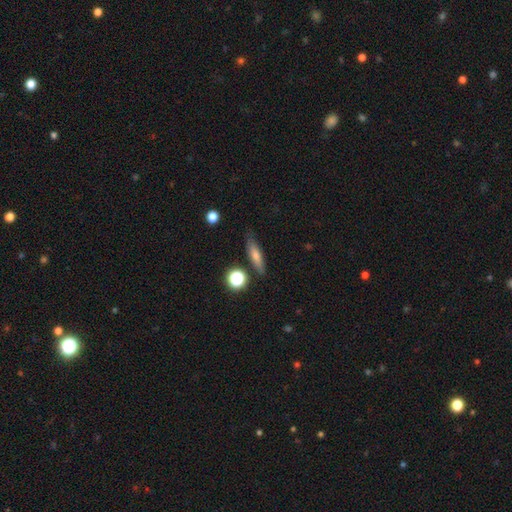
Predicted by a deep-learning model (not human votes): Smooth or featured? smooth (68%)
How rounded? cigar-shaped (62%)
Merging? none (78%)